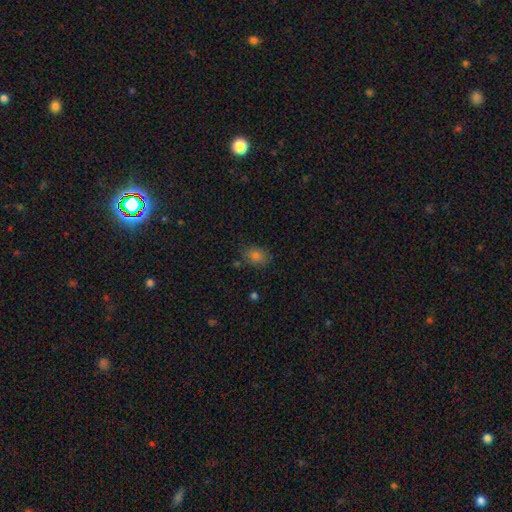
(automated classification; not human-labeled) A smooth galaxy with no disk features (77%) that is in between round and cigar-shaped (64%). Merging: none (79%).